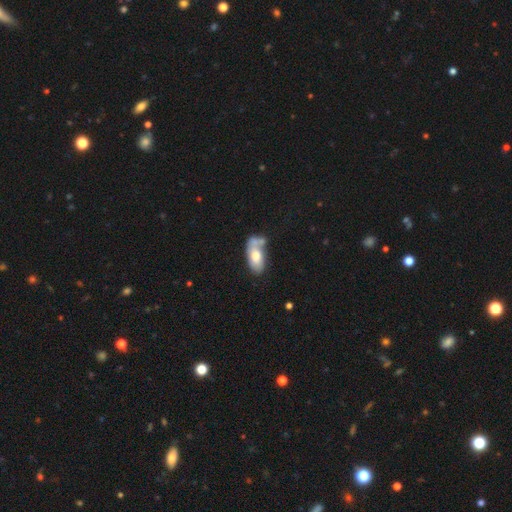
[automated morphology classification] smooth-or-featured: smooth: 64% | featured or disk: 30% | star or artifact: 6%
  how-rounded: in between: 91% | cigar-shaped: 6% | round: 3%
  merging: merger: 36% | none: 34% | minor disturbance: 20% | major disturbance: 11%